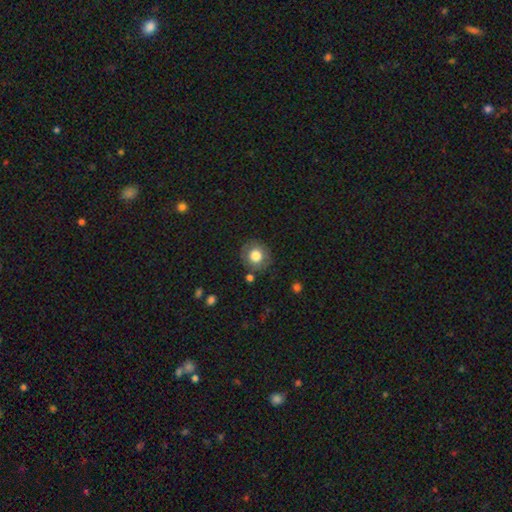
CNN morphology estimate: Smooth or featured? smooth (77%)
How rounded? round (87%)
Merging? none (82%)